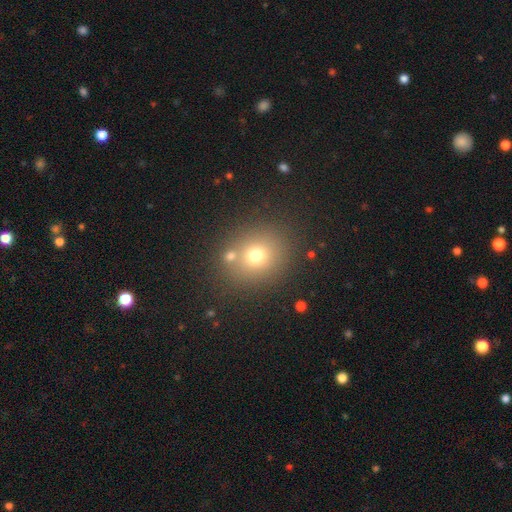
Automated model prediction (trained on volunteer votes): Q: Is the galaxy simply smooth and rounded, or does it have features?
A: smooth — 70%.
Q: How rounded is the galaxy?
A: round — 75%.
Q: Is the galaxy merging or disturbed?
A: none — 74%.